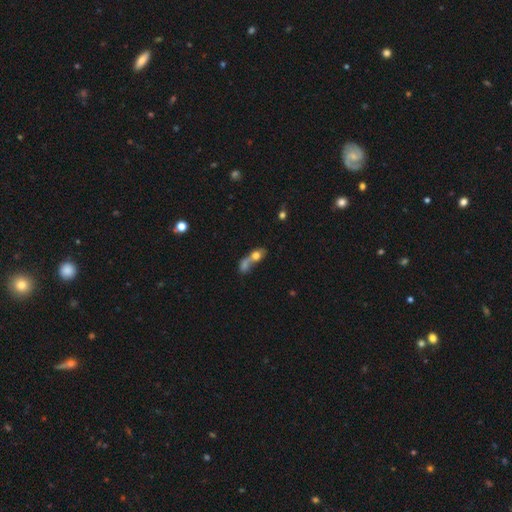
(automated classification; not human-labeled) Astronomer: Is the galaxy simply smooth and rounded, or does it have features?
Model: smooth — 66%.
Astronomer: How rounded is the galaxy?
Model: in between — 51% (runner-up: round, 36%).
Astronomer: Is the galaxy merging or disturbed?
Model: merger — 65%.